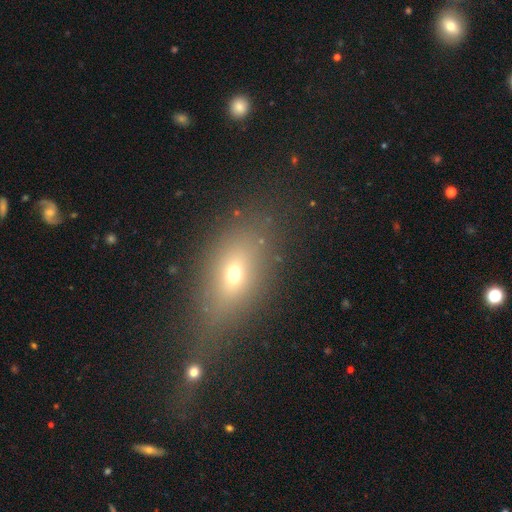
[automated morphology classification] smooth_or_featured: smooth (p=0.55) [alt: star or artifact p=0.24]
how_rounded: in between (p=0.69) [alt: round p=0.16]
merging: none (p=0.61) [alt: minor disturbance p=0.17]